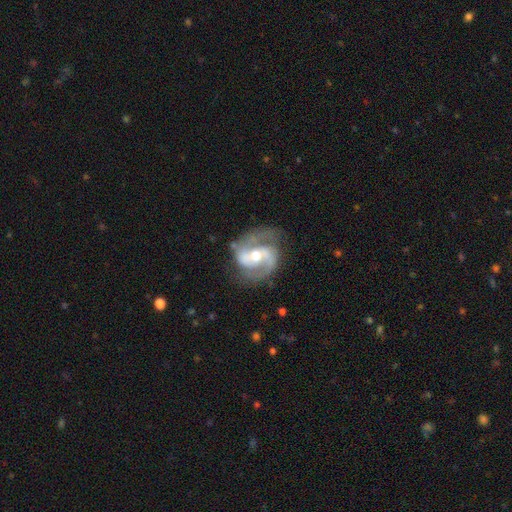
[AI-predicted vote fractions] A featured or disk galaxy (90%) with a weak bar (42%), 2 (91%) medium (59%) spiral arms (97%) and a moderate central bulge (68%). Merging: none (74%).